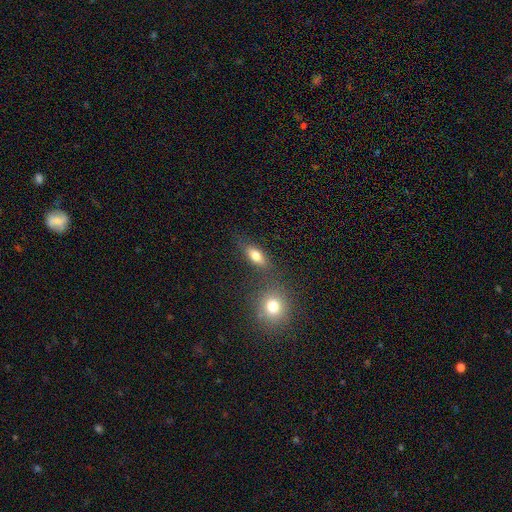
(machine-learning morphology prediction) Q: Smooth or featured?
A: smooth (77%); runner-up: featured or disk (13%)
Q: How rounded?
A: in between (74%); runner-up: cigar-shaped (15%)
Q: Merging?
A: none (69%); runner-up: merger (14%)